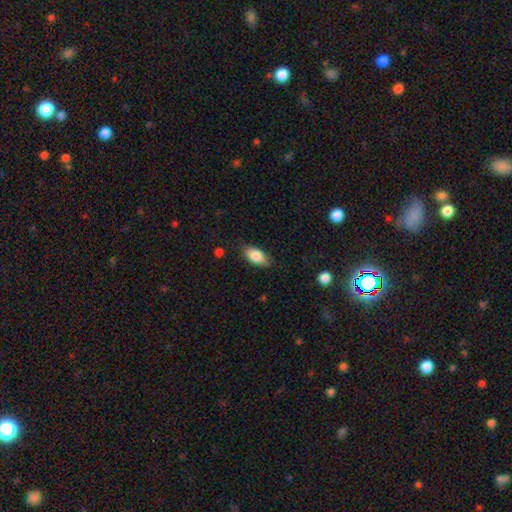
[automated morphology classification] This is clearly a smooth galaxy (84%). How rounded: clearly in between (90%). Merging: clearly none (82%).